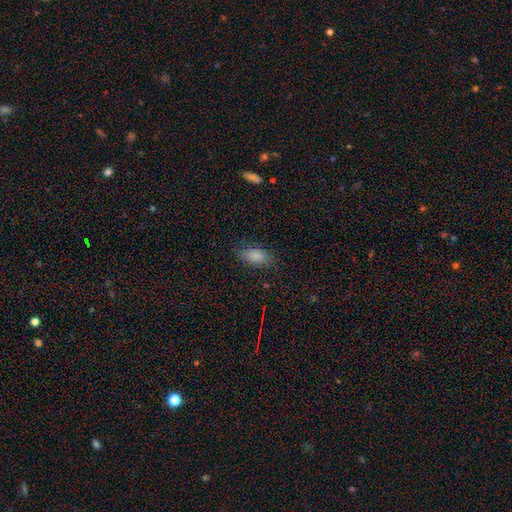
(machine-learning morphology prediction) The model was most divided on "merging": none: 82%, minor disturbance: 13%, major disturbance: 4%, merger: 1%. More confident: how rounded — in between (90%); smooth or featured — smooth (85%).